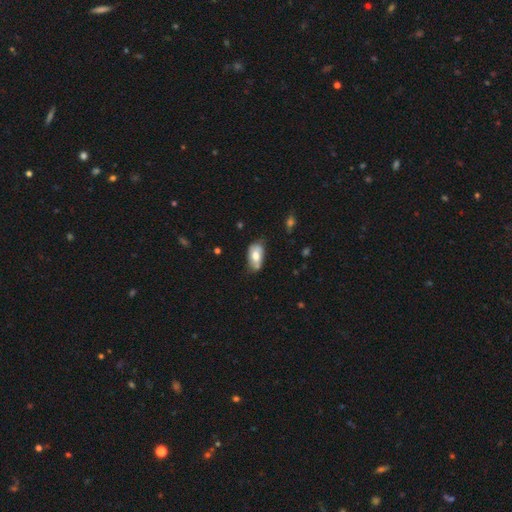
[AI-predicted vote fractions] A smooth galaxy with no disk features (66%) that is in between round and cigar-shaped (92%). Merging: none (54%).